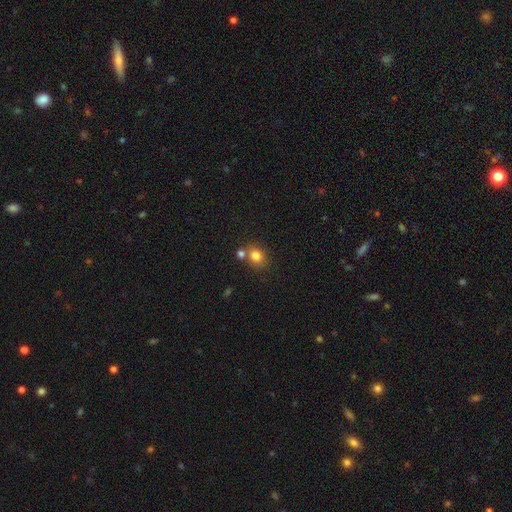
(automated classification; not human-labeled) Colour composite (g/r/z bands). It shows a smooth galaxy with no disk features (81%) that is round (67%). Merging: none (60%).